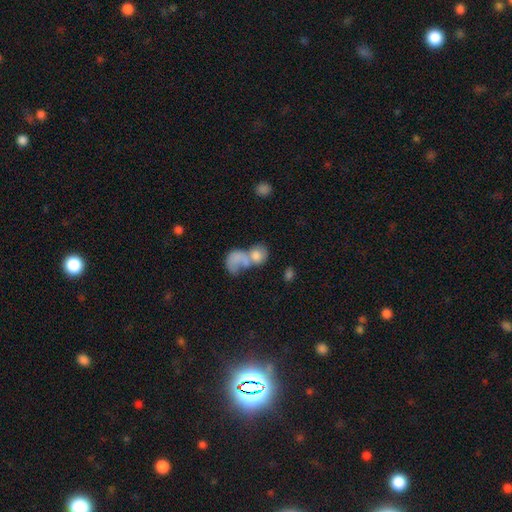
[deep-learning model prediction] Morphology: type=smooth (69%); roundness=in between (55%); merging=merger (66%).